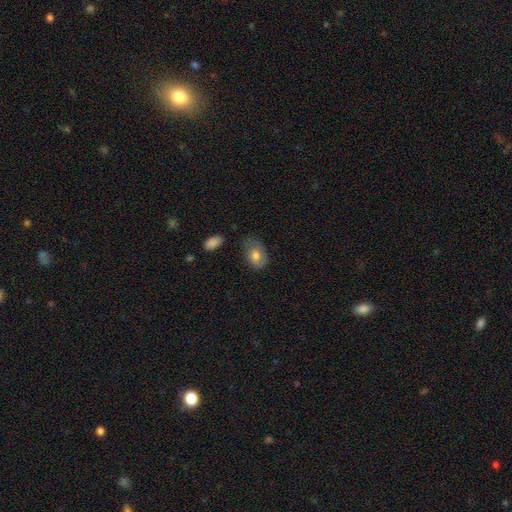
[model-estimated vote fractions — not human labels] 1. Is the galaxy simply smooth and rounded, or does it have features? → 73% smooth, 19% featured or disk, 7% star or artifact.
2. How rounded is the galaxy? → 83% in between, 16% round, 1% cigar-shaped.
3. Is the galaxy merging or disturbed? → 48% none, 36% minor disturbance, 14% major disturbance, 3% merger.